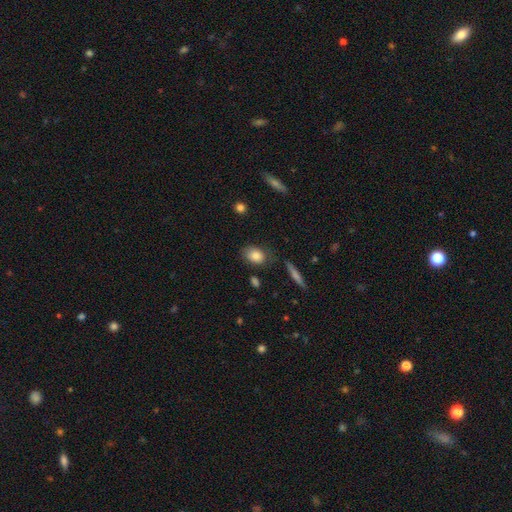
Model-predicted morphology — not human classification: A smooth galaxy with no disk features (83%) that is in between round and cigar-shaped (77%).

Vote fractions:
- Smooth or featured? smooth: 83% / featured or disk: 9% / star or artifact: 8%
- How rounded? in between: 77% / round: 21% / cigar-shaped: 2%
- Merging? none: 71% / minor disturbance: 19% / major disturbance: 5% / merger: 4%